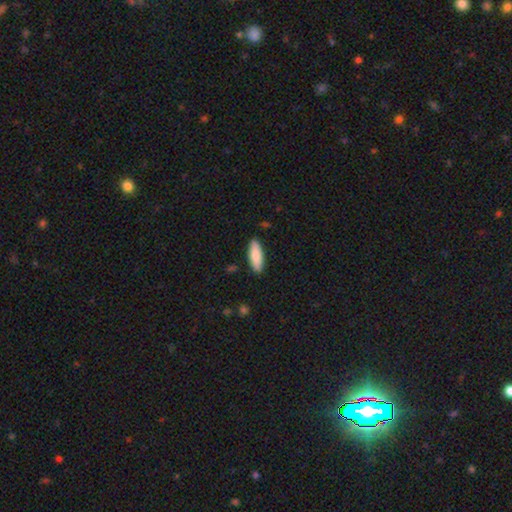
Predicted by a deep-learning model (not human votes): Overall: smooth (86%). How rounded: in between (62%; cigar-shaped 36%). Merging: none (88%).